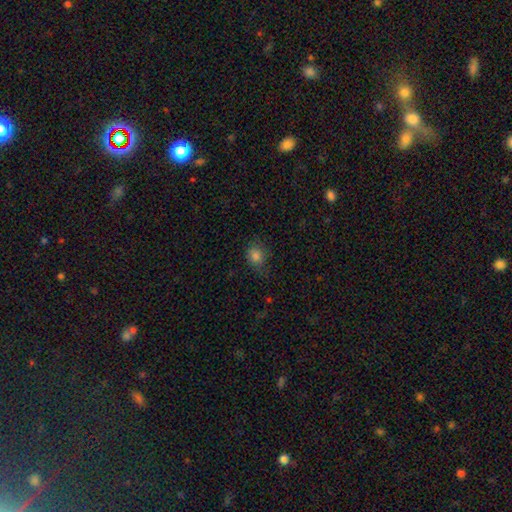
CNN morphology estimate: Q: Smooth or featured?
A: smooth (82%); runner-up: star or artifact (12%)
Q: How rounded?
A: round (69%); runner-up: in between (30%)
Q: Merging?
A: none (69%); runner-up: minor disturbance (23%)